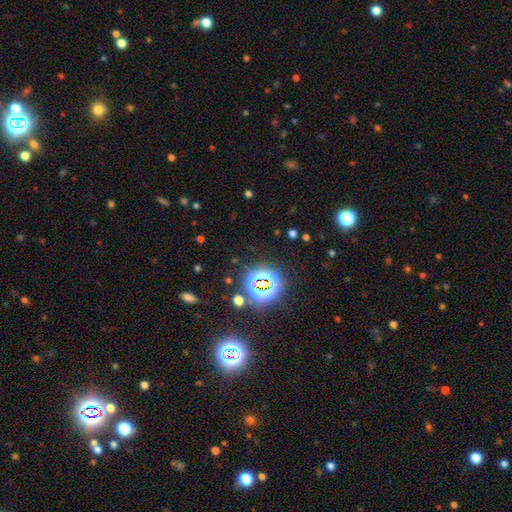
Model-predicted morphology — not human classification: Smooth or featured? Predicted: star or artifact (p=0.80).